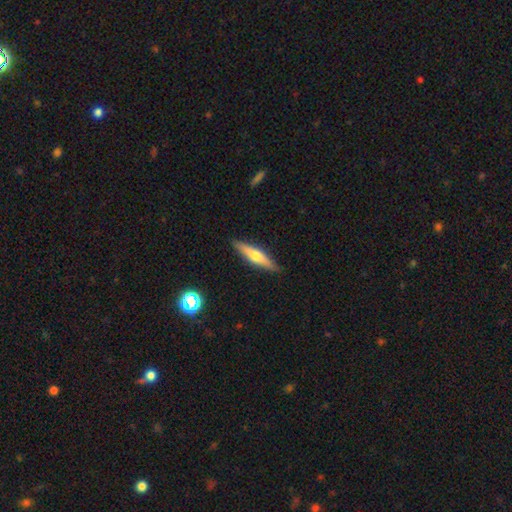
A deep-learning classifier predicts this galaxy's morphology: smooth_or_featured: featured or disk (p=0.48) [alt: smooth p=0.46]
merging: none (p=0.89) [alt: minor disturbance p=0.08]